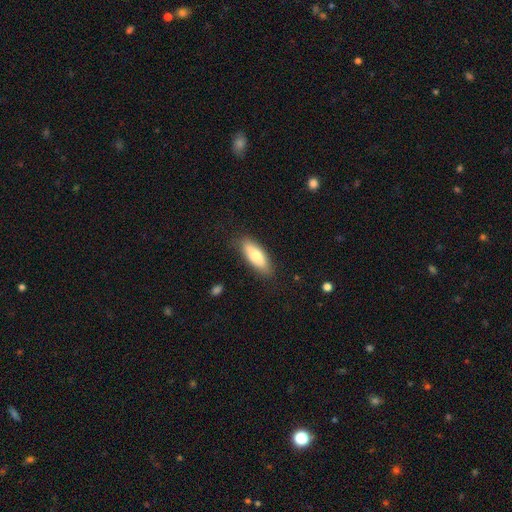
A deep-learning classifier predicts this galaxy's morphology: Smooth or featured? Predicted: smooth (p=0.78). How rounded? Predicted: in between (p=0.71). Merging? Predicted: none (p=0.82).